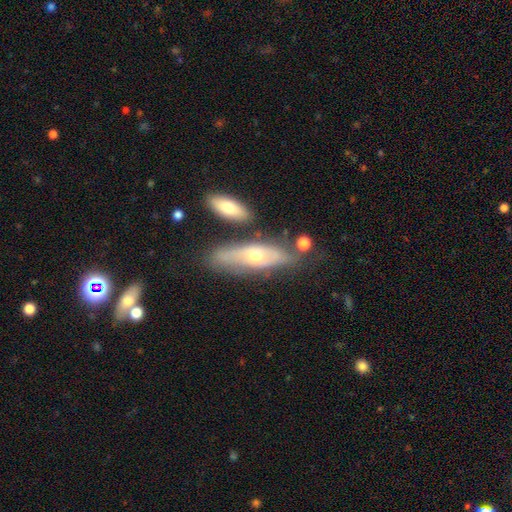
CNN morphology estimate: smooth_or_featured: featured or disk (p=0.51) [alt: smooth p=0.42]
disk_edge_on: no (p=0.65) [alt: yes p=0.35]
merging: none (p=0.58) [alt: minor disturbance p=0.23]